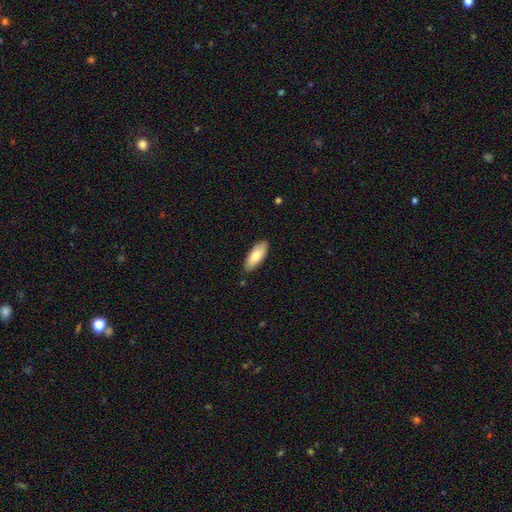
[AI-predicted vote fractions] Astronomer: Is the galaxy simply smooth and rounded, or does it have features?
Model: smooth — 76%.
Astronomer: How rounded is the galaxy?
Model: in between — 77%.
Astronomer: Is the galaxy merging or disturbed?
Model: none — 84%.